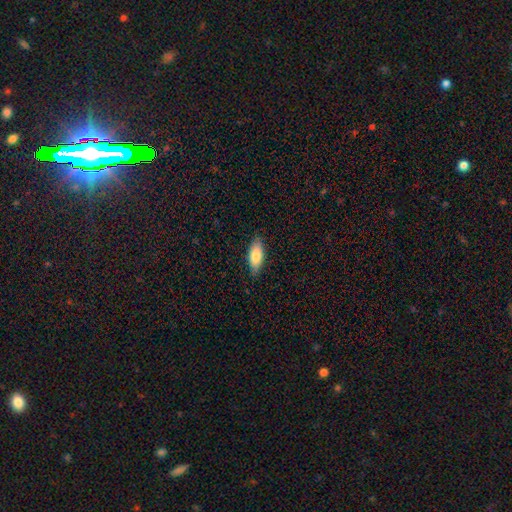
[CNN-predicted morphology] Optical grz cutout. It shows a smooth galaxy with no disk features (80%) that is in between round and cigar-shaped (79%). Merging: none (84%).